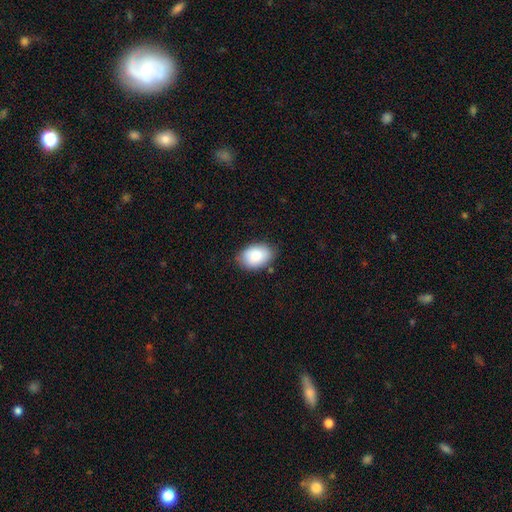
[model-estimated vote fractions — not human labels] smooth_or_featured: smooth (p=0.86) [alt: featured or disk p=0.08]
how_rounded: in between (p=0.85) [alt: round p=0.14]
merging: none (p=0.80) [alt: minor disturbance p=0.16]